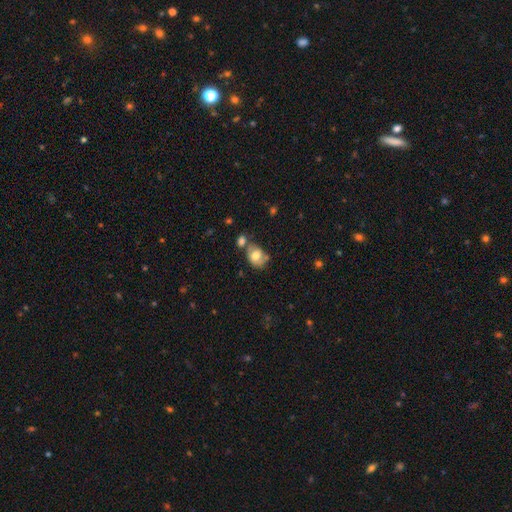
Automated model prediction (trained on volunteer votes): The model was most divided on "merging": none: 41%, merger: 30%, minor disturbance: 21%, major disturbance: 8%. More confident: smooth or featured — smooth (68%); how rounded — in between (67%).